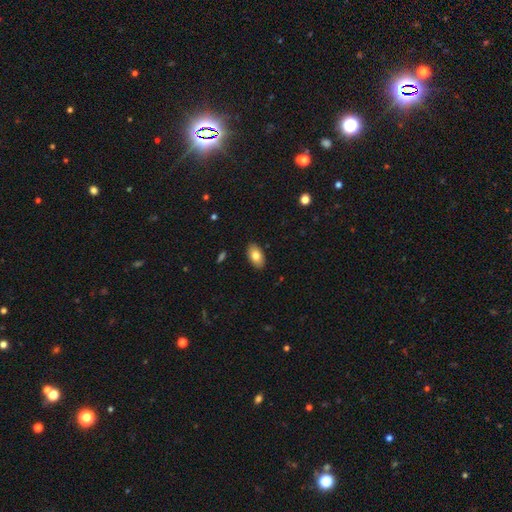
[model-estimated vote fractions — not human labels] smooth 79%, featured or disk 14%, star or artifact 7%. Down the decision tree: how rounded — in between (94%); merging — none (88%).